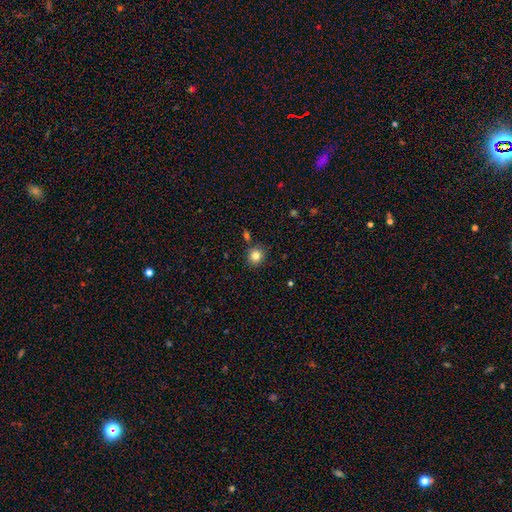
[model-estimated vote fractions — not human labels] This is clearly a smooth galaxy (83%). How rounded: clearly round (89%). Merging: clearly none (84%).